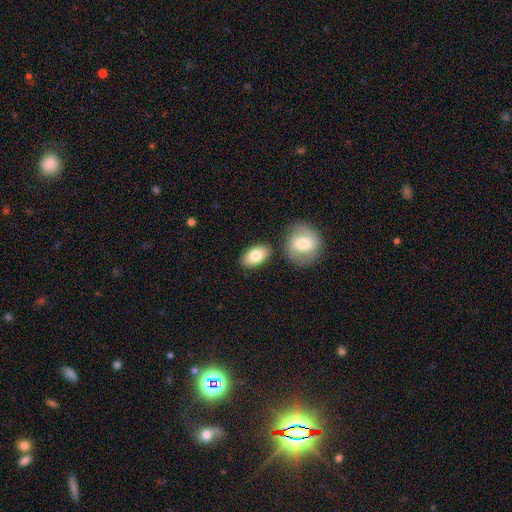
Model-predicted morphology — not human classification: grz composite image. It shows a smooth galaxy with no disk features (80%) that is in between round and cigar-shaped (91%). Merging: none (76%).